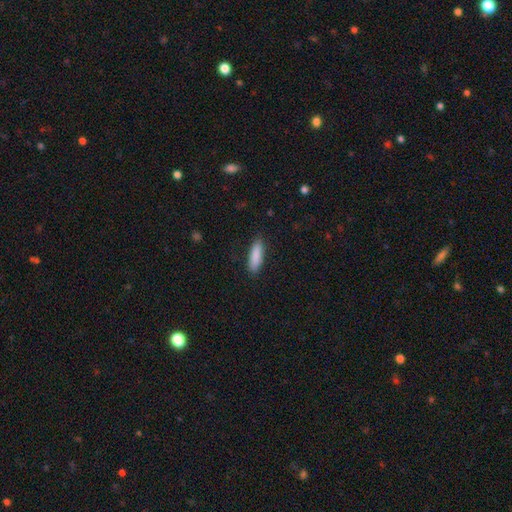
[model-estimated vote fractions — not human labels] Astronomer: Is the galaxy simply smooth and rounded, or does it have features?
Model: smooth — 87%.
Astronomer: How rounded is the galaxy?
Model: cigar-shaped — 57% (runner-up: in between, 42%).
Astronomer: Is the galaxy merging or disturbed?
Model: none — 85%.